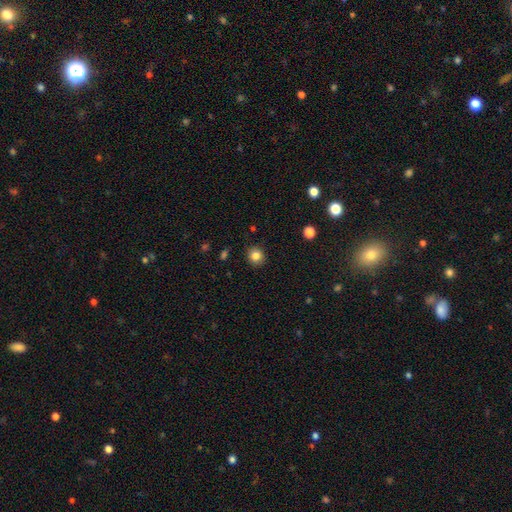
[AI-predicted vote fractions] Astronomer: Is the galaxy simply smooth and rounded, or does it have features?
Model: smooth — 83%.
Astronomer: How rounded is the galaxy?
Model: round — 89%.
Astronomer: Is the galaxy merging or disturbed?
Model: none — 90%.